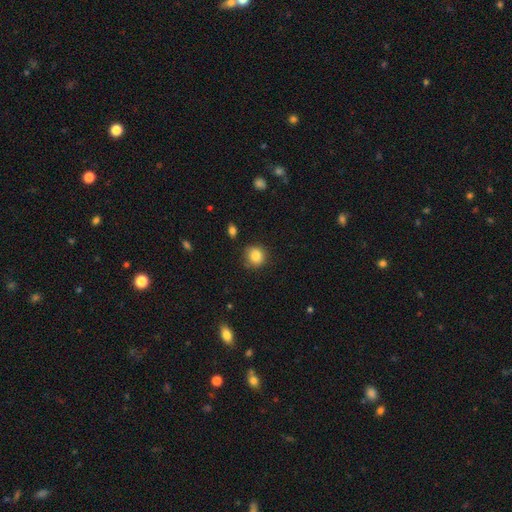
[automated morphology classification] A smooth galaxy with no disk features (85%) that is round (86%).

Vote fractions:
- Smooth or featured? smooth: 85% / star or artifact: 10% / featured or disk: 5%
- How rounded? round: 86% / in between: 13% / cigar-shaped: 1%
- Merging? none: 78% / minor disturbance: 16% / major disturbance: 4% / merger: 2%